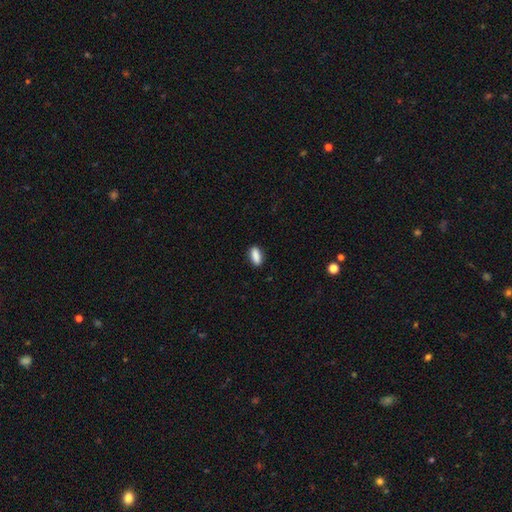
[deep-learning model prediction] Smooth or featured? smooth (88%)
How rounded? in between (78%)
Merging? none (88%)